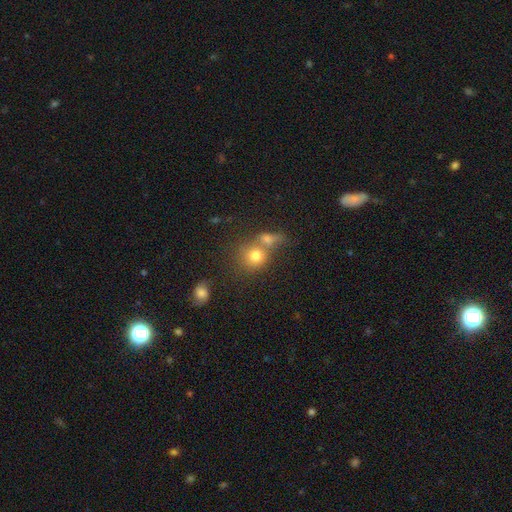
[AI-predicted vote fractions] Smooth or featured? Predicted: smooth (p=0.75). How rounded? Predicted: round (p=0.79). Merging? Predicted: merger (p=0.43).